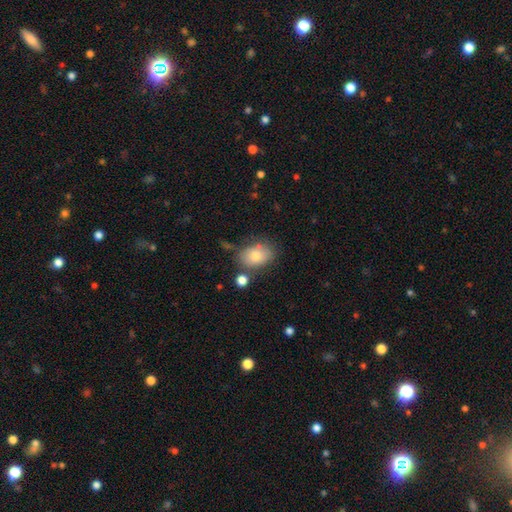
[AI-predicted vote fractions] Smooth or featured: smooth — 78% (featured or disk — 14%)
How rounded: in between — 80% (round — 19%)
Merging: none — 67% (minor disturbance — 19%)